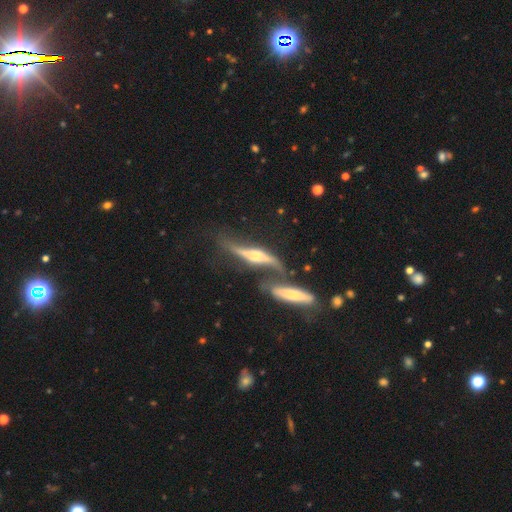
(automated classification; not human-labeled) This appears to be a featured or disk galaxy (78%) viewed edge-on (69%) with a rounded central bulge (79%). Merging: merger (45%).